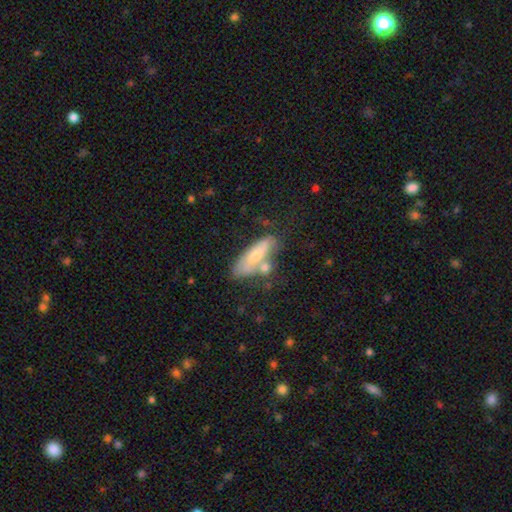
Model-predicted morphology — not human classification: The model was most divided on "how rounded": in between: 56%, cigar-shaped: 41%, round: 3%. Remaining: smooth or featured — smooth (65%); merging — none (47%).